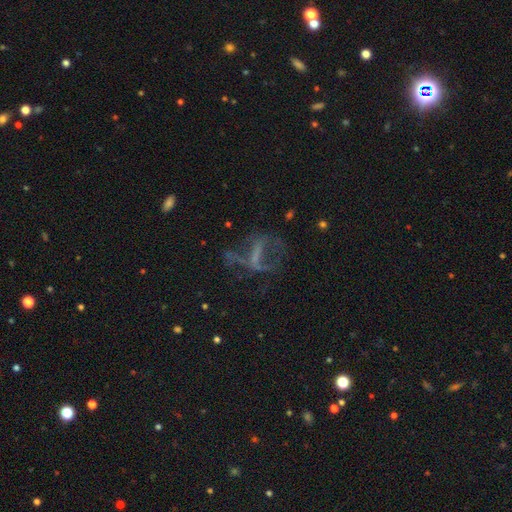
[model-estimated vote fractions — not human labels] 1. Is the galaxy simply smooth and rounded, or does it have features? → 56% featured or disk, 23% star or artifact, 21% smooth.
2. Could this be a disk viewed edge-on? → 91% no, 9% yes.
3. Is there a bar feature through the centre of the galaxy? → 42% no, 33% strong, 25% weak.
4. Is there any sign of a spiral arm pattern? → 69% no, 31% yes.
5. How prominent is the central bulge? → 65% none, 21% small, 10% moderate, 3% large, 1% dominant.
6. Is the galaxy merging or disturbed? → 43% major disturbance, 37% none, 14% minor disturbance, 5% merger.